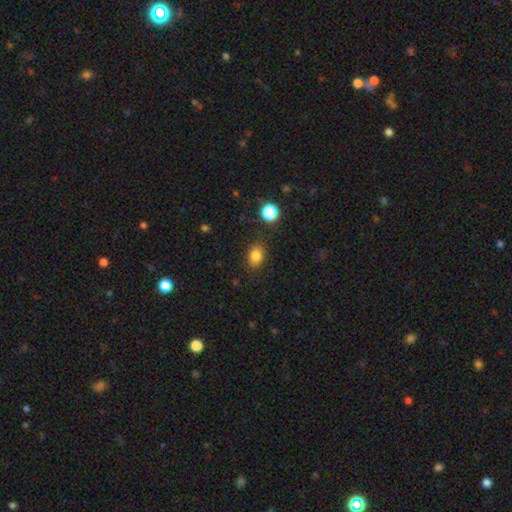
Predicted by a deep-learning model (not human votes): Overall: smooth (82%). How rounded: in between (66%; round 33%). Merging: none (82%).